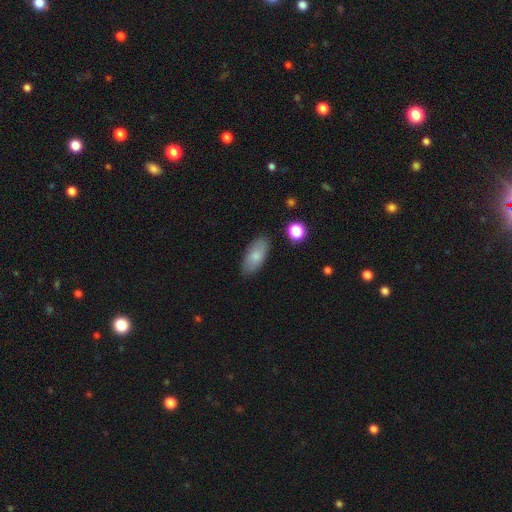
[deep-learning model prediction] A smooth galaxy with no disk features (79%) that is in between round and cigar-shaped (89%). Merging: none (84%).